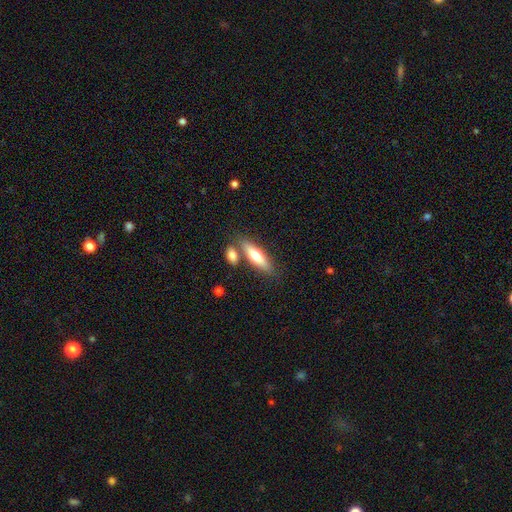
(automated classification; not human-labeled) Smooth or featured? smooth (62%)
How rounded? cigar-shaped (58%)
Merging? none (67%)